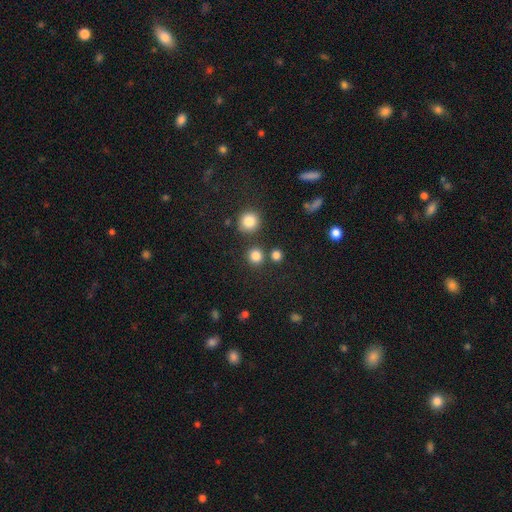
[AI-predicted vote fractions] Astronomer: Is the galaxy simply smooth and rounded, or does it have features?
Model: smooth — 82%.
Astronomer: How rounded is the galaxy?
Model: round — 91%.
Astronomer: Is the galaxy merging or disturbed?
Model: none — 82%.